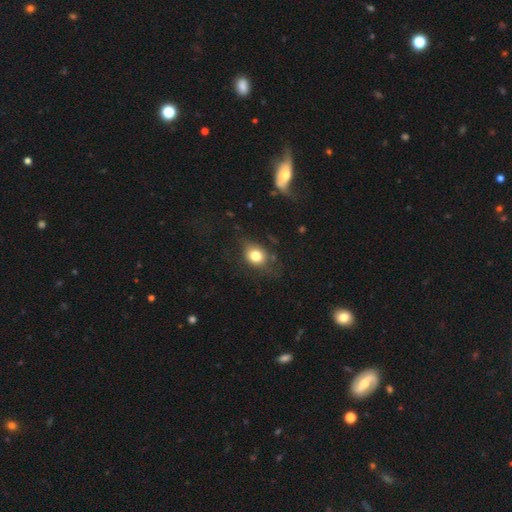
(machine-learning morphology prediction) The model was most divided on "how rounded": in between: 51%, round: 48%, cigar-shaped: 1%. More confident: smooth or featured — smooth (77%); merging — none (60%).